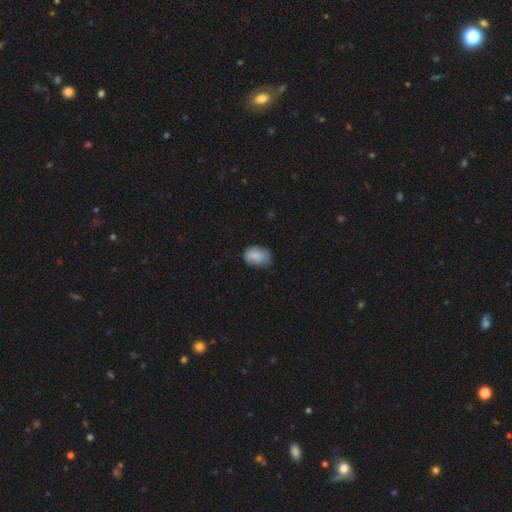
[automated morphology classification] Smooth or featured?
  - smooth: 84% *
  - featured or disk: 8%
  - star or artifact: 7%
How rounded?
  - in between: 76% *
  - round: 23%
  - cigar-shaped: 1%
Merging?
  - none: 62% *
  - minor disturbance: 31%
  - major disturbance: 6%
  - merger: 1%